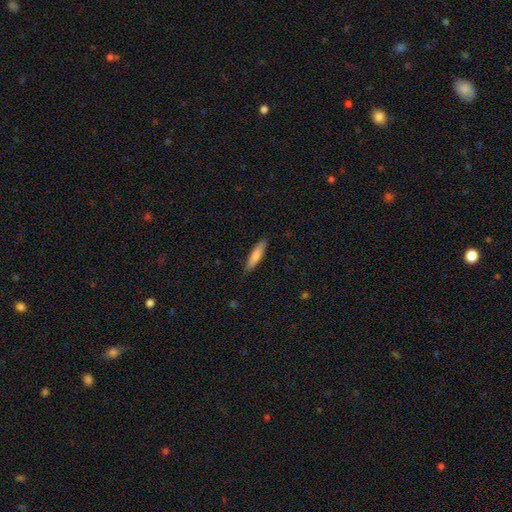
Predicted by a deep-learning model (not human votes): A smooth galaxy with no disk features (77%) that is cigar-shaped (78%).

Vote fractions:
- Smooth or featured? smooth: 77% / featured or disk: 17% / star or artifact: 6%
- How rounded? cigar-shaped: 78% / in between: 21% / round: 1%
- Merging? none: 87% / minor disturbance: 10% / major disturbance: 2% / merger: 1%